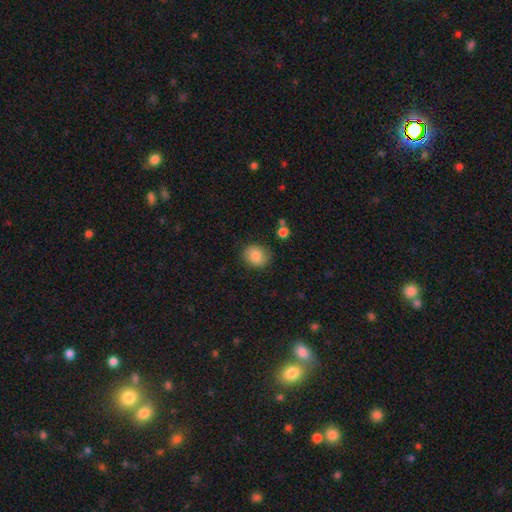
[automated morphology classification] Smooth or featured? Predicted: smooth (p=0.84). How rounded? Predicted: round (p=0.68). Merging? Predicted: none (p=0.84).